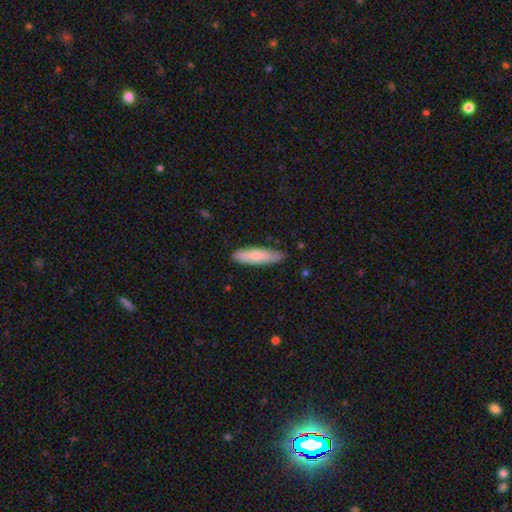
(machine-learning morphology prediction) Smooth or featured? smooth (75%)
How rounded? cigar-shaped (68%)
Merging? none (83%)